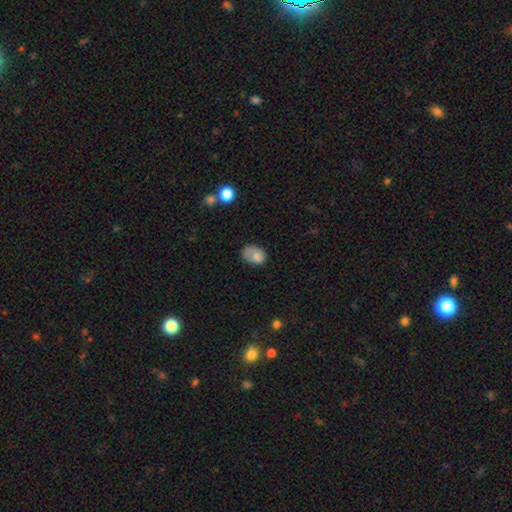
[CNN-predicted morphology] Smooth or featured? smooth (78%)
How rounded? in between (78%)
Merging? none (46%)